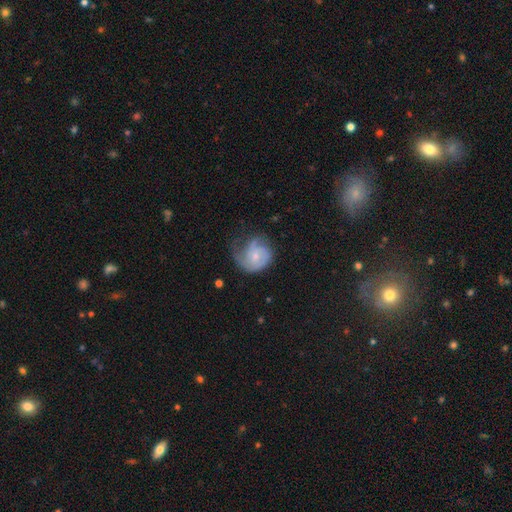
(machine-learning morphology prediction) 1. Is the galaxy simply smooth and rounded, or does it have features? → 62% featured or disk, 31% smooth, 7% star or artifact.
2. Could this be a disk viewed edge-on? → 98% no, 2% yes.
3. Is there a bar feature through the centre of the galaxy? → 72% no, 25% weak, 3% strong.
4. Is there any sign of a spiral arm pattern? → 85% yes, 15% no.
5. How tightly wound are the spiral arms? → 43% tight, 38% medium, 19% loose.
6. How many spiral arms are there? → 28% can't tell (tied), 28% 2 (tied), 19% 3, 17% 1, 4% 4, 3% more than 4.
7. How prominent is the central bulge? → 62% small, 30% moderate, 5% none, 2% large, 1% dominant.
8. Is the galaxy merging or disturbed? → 41% none, 30% minor disturbance, 26% major disturbance, 2% merger.